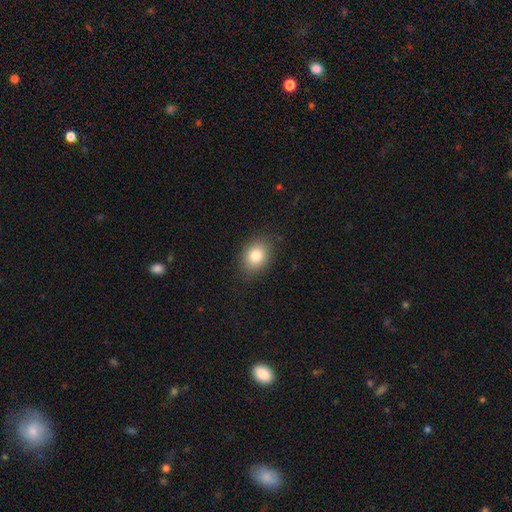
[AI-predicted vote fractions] smooth-or-featured: smooth: 81% | star or artifact: 10% | featured or disk: 9%
  how-rounded: in between: 61% | round: 38% | cigar-shaped: 1%
  merging: none: 83% | minor disturbance: 13% | major disturbance: 3% | merger: 1%